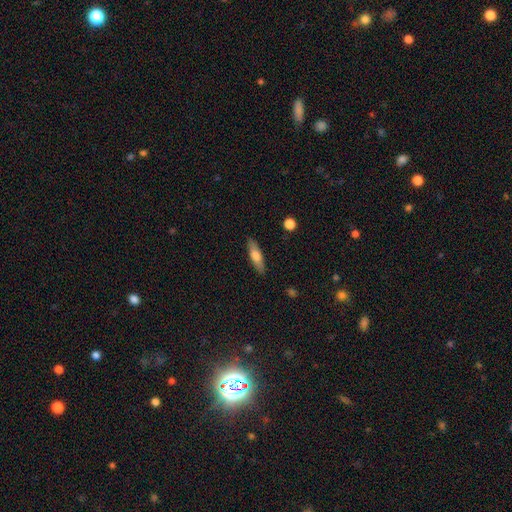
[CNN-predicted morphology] Smooth or featured? smooth (64%)
How rounded? cigar-shaped (62%)
Merging? none (88%)